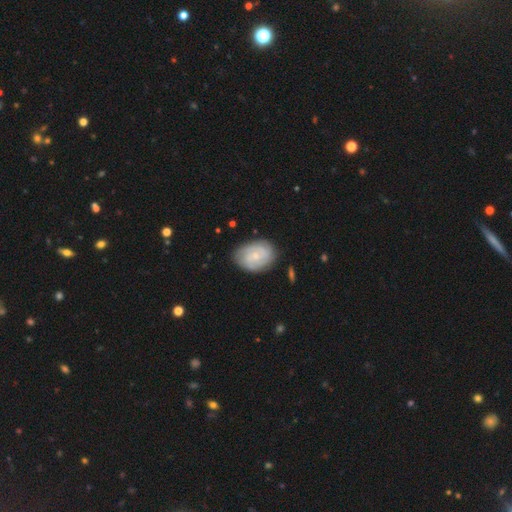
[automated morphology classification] featured or disk 60%, smooth 34%, star or artifact 6%. Down the decision tree: edge-on disk — no (97%); bar — no (72%); spiral arms — yes (85%); bulge size — small (73%); merging — none (76%).